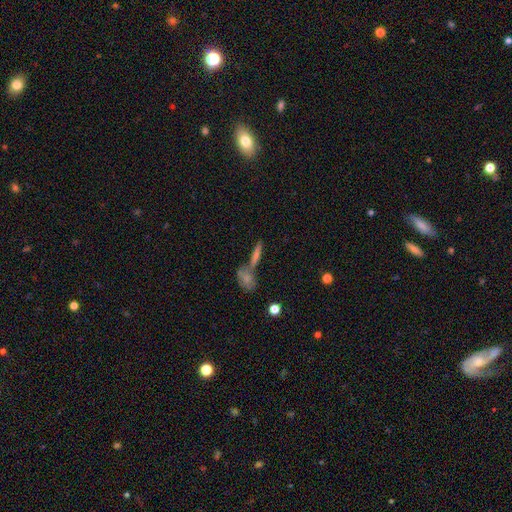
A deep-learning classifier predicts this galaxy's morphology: A smooth galaxy with no disk features (51%) that is cigar-shaped (60%).

Vote fractions:
- Smooth or featured? smooth: 51% / featured or disk: 32% / star or artifact: 17%
- How rounded? cigar-shaped: 60% / in between: 30% / round: 10%
- Merging? none: 50% / merger: 37% / minor disturbance: 9% / major disturbance: 4%